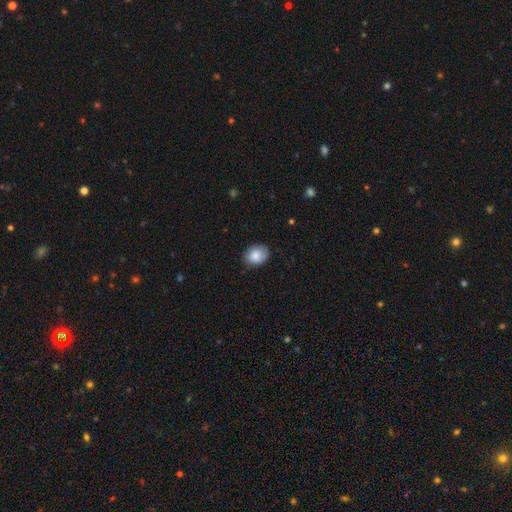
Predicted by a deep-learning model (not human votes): smooth_or_featured: smooth (p=0.83) [alt: featured or disk p=0.10]
how_rounded: in between (p=0.55) [alt: round p=0.44]
merging: none (p=0.76) [alt: minor disturbance p=0.19]